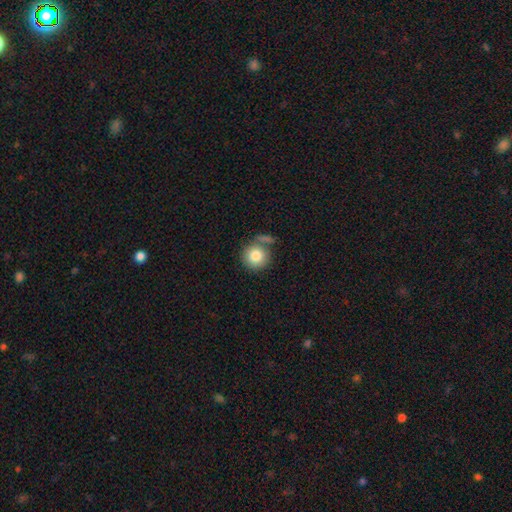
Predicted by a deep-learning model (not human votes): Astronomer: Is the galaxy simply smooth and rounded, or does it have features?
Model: smooth — 82%.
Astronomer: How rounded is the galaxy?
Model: round — 92%.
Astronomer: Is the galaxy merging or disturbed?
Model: none — 64%.